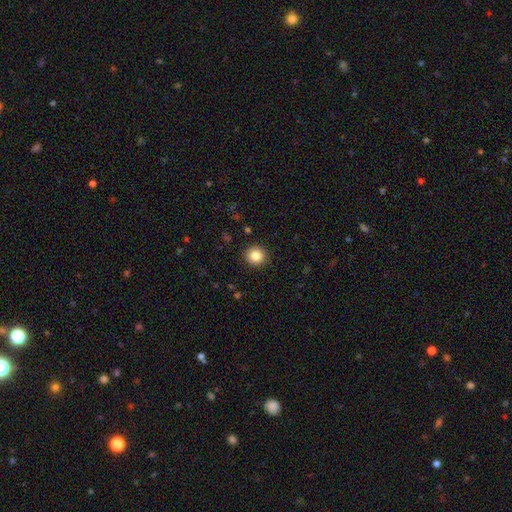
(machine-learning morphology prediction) A smooth galaxy with no disk features (84%) that is round (92%). Merging: none (92%).